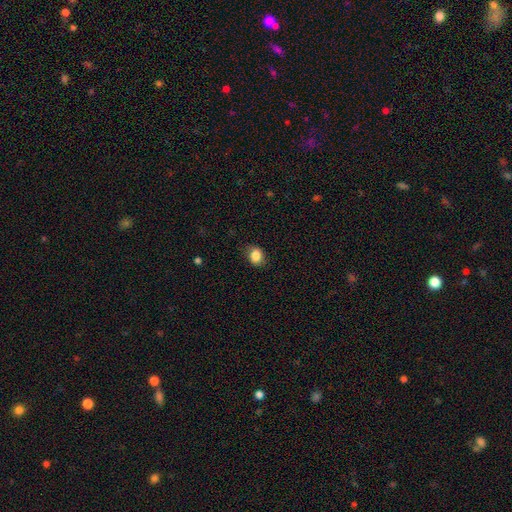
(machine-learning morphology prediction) type=smooth (85%); roundness=in between (56%); merging=none (78%).